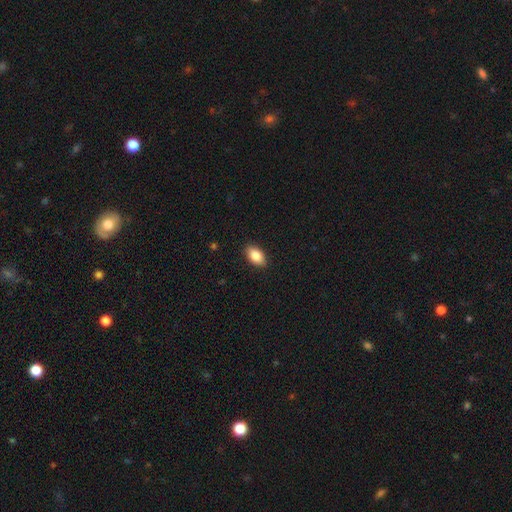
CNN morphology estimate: A smooth galaxy with no disk features (85%) that is in between round and cigar-shaped (92%).

Vote fractions:
- Smooth or featured? smooth: 85% / featured or disk: 8% / star or artifact: 7%
- How rounded? in between: 92% / round: 6% / cigar-shaped: 3%
- Merging? none: 90% / minor disturbance: 8% / major disturbance: 2% / merger: 1%